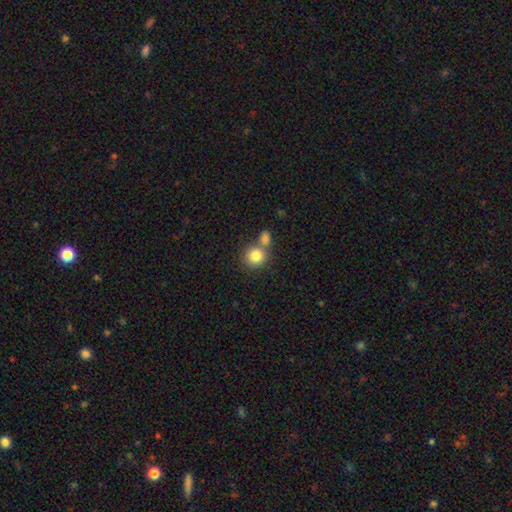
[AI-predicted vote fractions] A smooth galaxy with no disk features (82%) that is round (87%).

Vote fractions:
- Smooth or featured? smooth: 82% / star or artifact: 10% / featured or disk: 8%
- How rounded? round: 87% / in between: 12% / cigar-shaped: 1%
- Merging? none: 53% / merger: 36% / minor disturbance: 8% / major disturbance: 3%